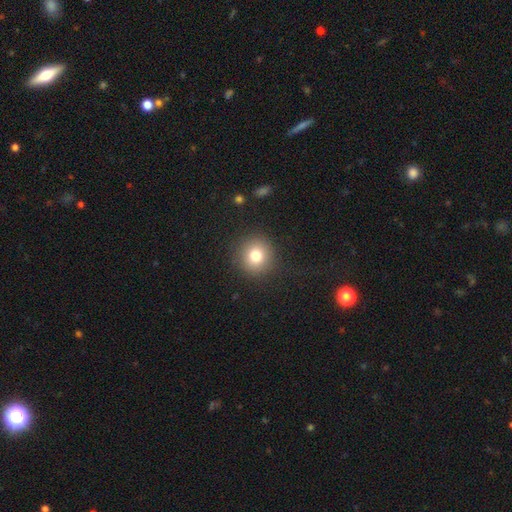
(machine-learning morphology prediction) This is likely a smooth galaxy (78%). How rounded: clearly round (92%). Merging: clearly none (90%).